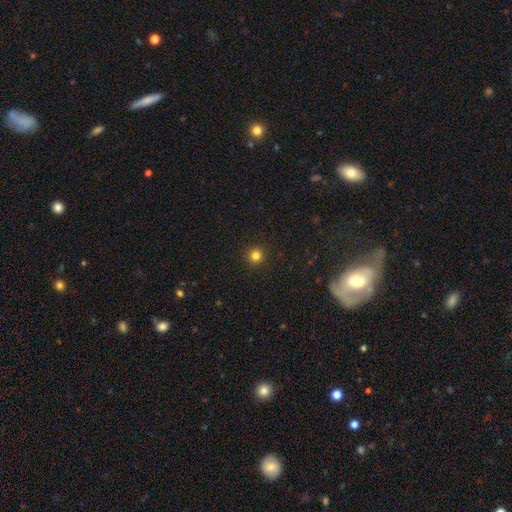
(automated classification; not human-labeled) This is clearly a smooth galaxy (82%). How rounded: clearly round (95%). Merging: clearly none (93%).